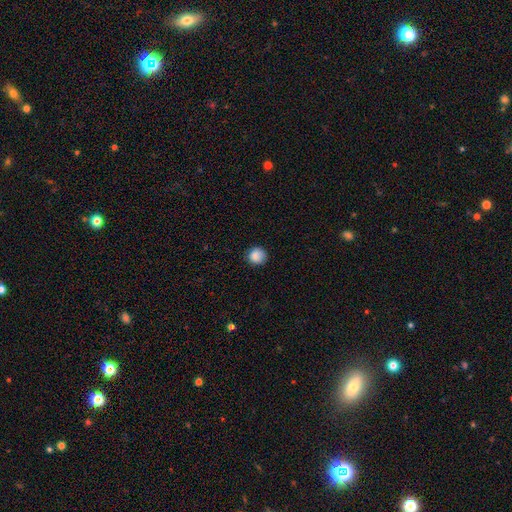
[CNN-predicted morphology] smooth 87%, star or artifact 9%, featured or disk 4%. Down the decision tree: how rounded — round (88%); merging — none (82%).